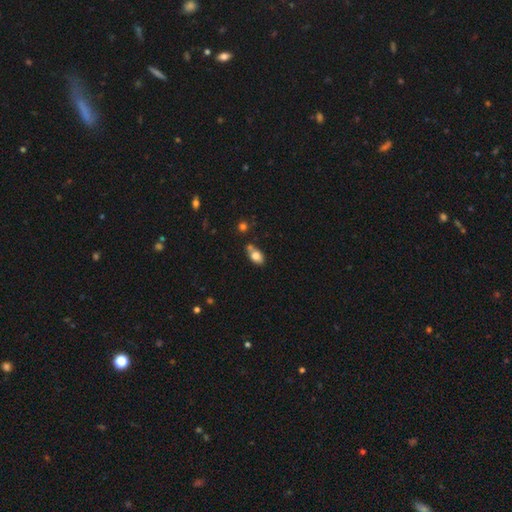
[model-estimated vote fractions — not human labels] Smooth or featured? smooth (78%)
How rounded? in between (84%)
Merging? none (54%)